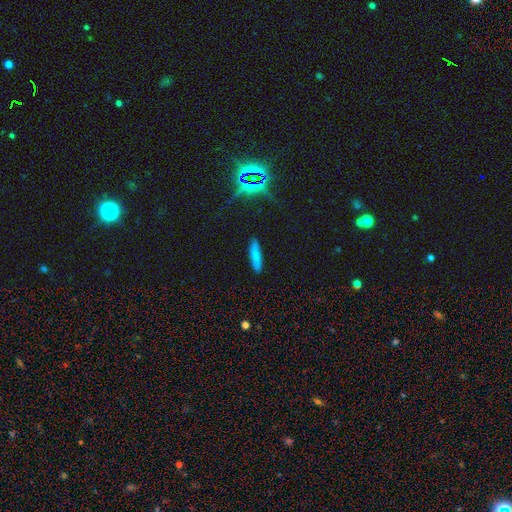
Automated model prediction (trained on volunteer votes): A smooth galaxy with no disk features (78%) that is cigar-shaped (77%). Merging: none (88%).